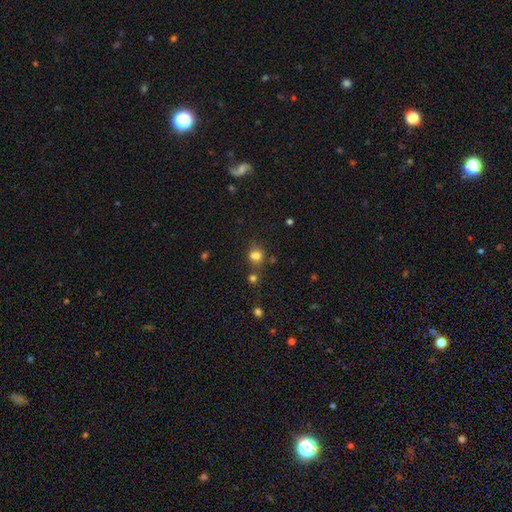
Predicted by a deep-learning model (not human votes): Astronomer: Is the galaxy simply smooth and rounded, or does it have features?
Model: smooth — 75%.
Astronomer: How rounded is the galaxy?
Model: round — 59% (runner-up: in between, 39%).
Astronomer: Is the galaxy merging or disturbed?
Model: none — 54%.